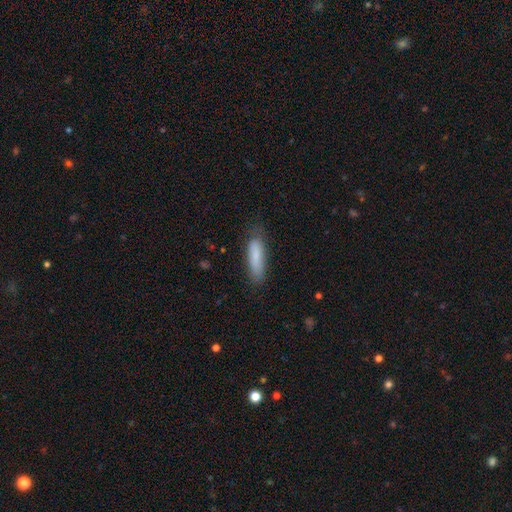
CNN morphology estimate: Smooth or featured?
  - smooth: 82% *
  - featured or disk: 11%
  - star or artifact: 7%
How rounded?
  - cigar-shaped: 61% *
  - in between: 37%
  - round: 1%
Merging?
  - none: 73% *
  - minor disturbance: 20%
  - major disturbance: 5%
  - merger: 1%